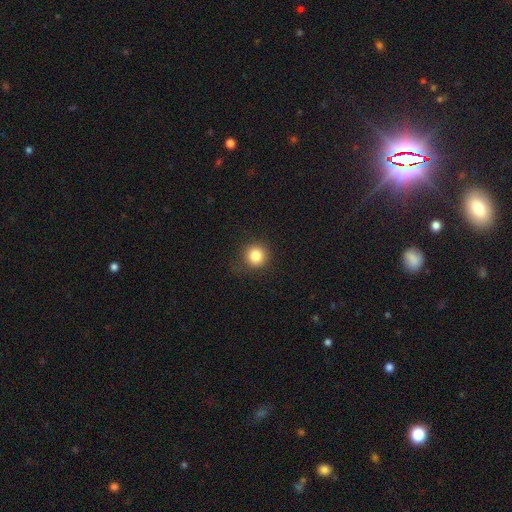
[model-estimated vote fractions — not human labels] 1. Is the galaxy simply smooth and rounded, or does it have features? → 84% smooth, 11% star or artifact, 5% featured or disk.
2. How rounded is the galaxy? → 93% round, 6% in between, 1% cigar-shaped.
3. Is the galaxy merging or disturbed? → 87% none, 9% minor disturbance, 3% major disturbance, 1% merger.